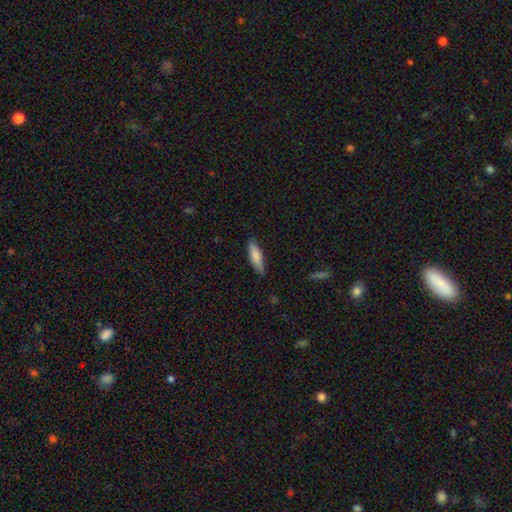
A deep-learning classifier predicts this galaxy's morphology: Smooth or featured?
  - smooth: 83% *
  - featured or disk: 11%
  - star or artifact: 6%
How rounded?
  - cigar-shaped: 59% *
  - in between: 40%
  - round: 1%
Merging?
  - none: 82% *
  - minor disturbance: 15%
  - major disturbance: 2%
  - merger: 1%